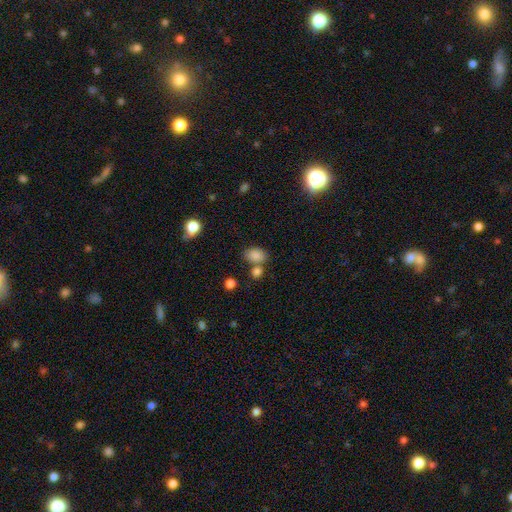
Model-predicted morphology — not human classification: This appears to be a smooth galaxy with no disk features (83%) that is in between round and cigar-shaped (78%). Merging: none (59%).